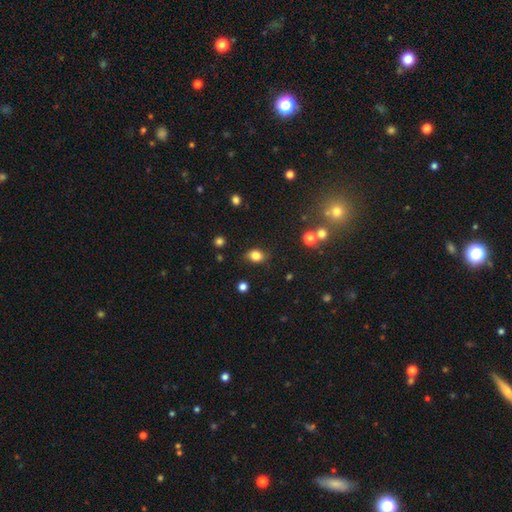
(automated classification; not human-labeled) Smooth or featured?
  - smooth: 82% *
  - star or artifact: 12%
  - featured or disk: 6%
How rounded?
  - in between: 61% *
  - round: 38%
  - cigar-shaped: 1%
Merging?
  - none: 80% *
  - minor disturbance: 15%
  - major disturbance: 3%
  - merger: 2%